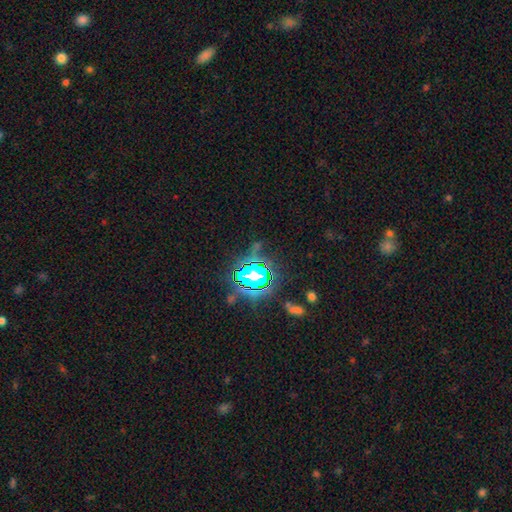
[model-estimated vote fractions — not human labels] Morphology: type=star or artifact (80%).